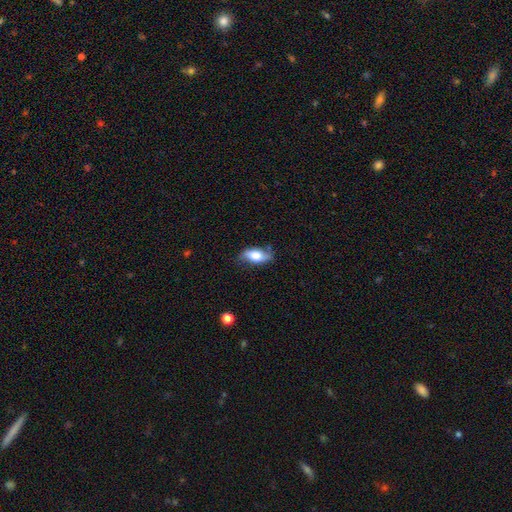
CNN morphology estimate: smooth-or-featured: smooth: 62% | featured or disk: 30% | star or artifact: 8%
  how-rounded: in between: 86% | cigar-shaped: 9% | round: 5%
  merging: none: 68% | minor disturbance: 24% | major disturbance: 6% | merger: 2%